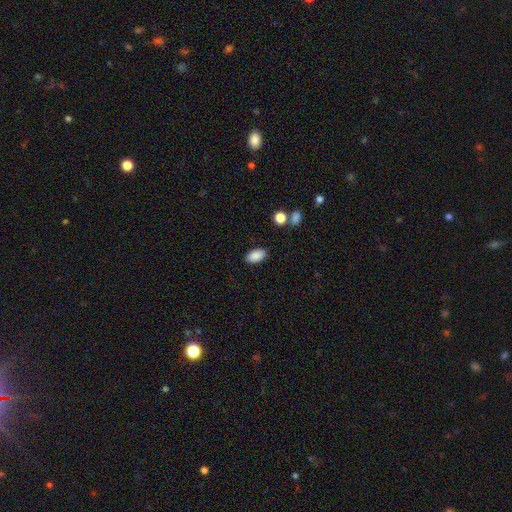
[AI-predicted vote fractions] A smooth galaxy with no disk features (88%) that is in between round and cigar-shaped (93%).

Vote fractions:
- Smooth or featured? smooth: 88% / star or artifact: 8% / featured or disk: 4%
- How rounded? in between: 93% / round: 5% / cigar-shaped: 2%
- Merging? none: 86% / minor disturbance: 9% / major disturbance: 3% / merger: 2%